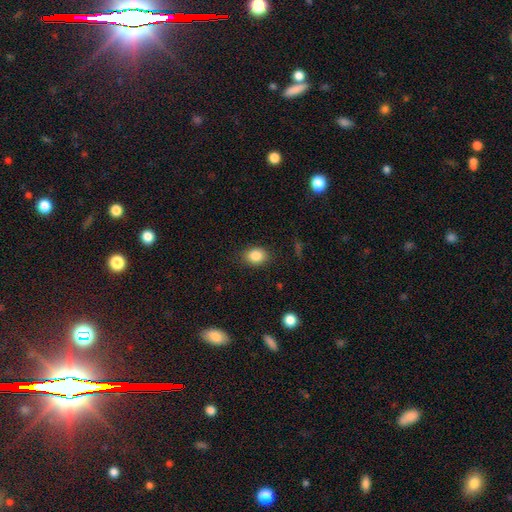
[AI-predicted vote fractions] This appears to be a smooth galaxy with no disk features (85%) that is in between round and cigar-shaped (57%). Merging: none (85%).